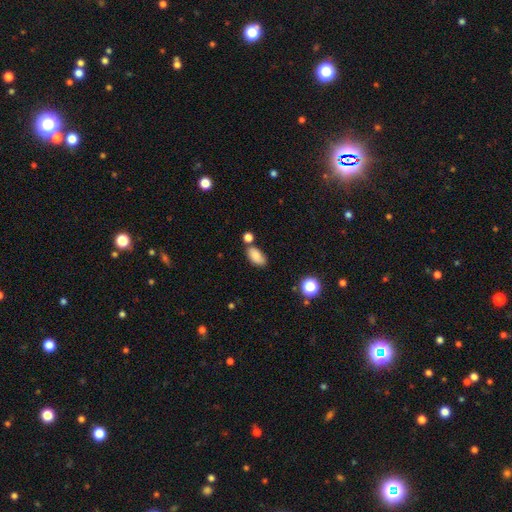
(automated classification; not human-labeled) smooth-or-featured: smooth: 81% | star or artifact: 9% | featured or disk: 9%
  how-rounded: in between: 91% | round: 6% | cigar-shaped: 3%
  merging: none: 64% | minor disturbance: 19% | merger: 12% | major disturbance: 5%